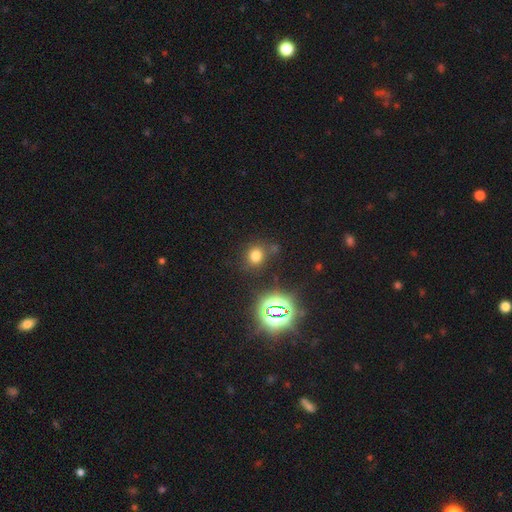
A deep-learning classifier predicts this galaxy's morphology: The model was most divided on "smooth or featured": smooth: 68%, star or artifact: 25%, featured or disk: 7%. More confident: merging — none (78%); how rounded — round (76%).